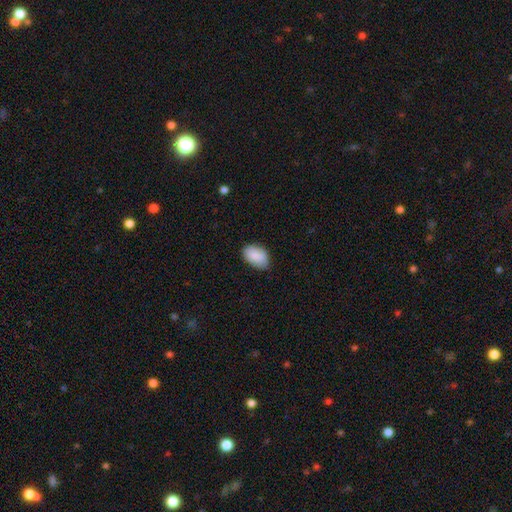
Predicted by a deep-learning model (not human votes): Smooth or featured? Predicted: smooth (p=0.89). How rounded? Predicted: in between (p=0.92). Merging? Predicted: none (p=0.78).